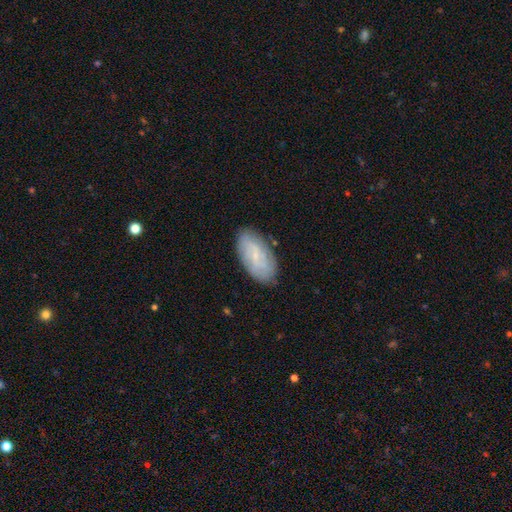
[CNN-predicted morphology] Smooth or featured: featured or disk — 49% (smooth — 44%)
Merging: none — 80% (minor disturbance — 15%)